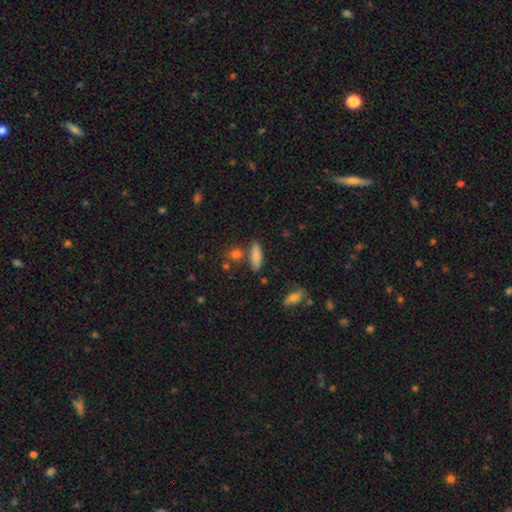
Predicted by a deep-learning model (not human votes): This is clearly a smooth galaxy (83%). How rounded: possibly in between (52%). Merging: likely none (76%).